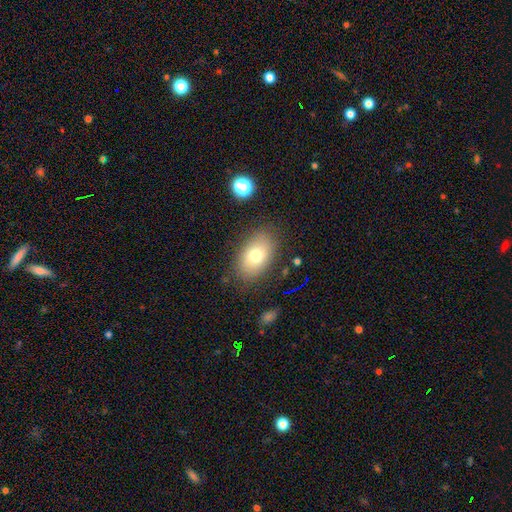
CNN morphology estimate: A smooth galaxy with no disk features (74%) that is in between round and cigar-shaped (86%).

Vote fractions:
- Smooth or featured? smooth: 74% / featured or disk: 16% / star or artifact: 10%
- How rounded? in between: 86% / round: 12% / cigar-shaped: 1%
- Merging? none: 81% / minor disturbance: 13% / major disturbance: 4% / merger: 2%